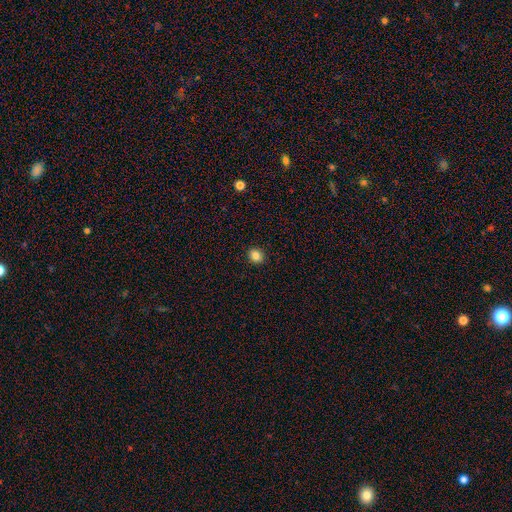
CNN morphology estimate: Smooth or featured: smooth — 84% (star or artifact — 11%)
How rounded: round — 74% (in between — 25%)
Merging: none — 92% (minor disturbance — 5%)